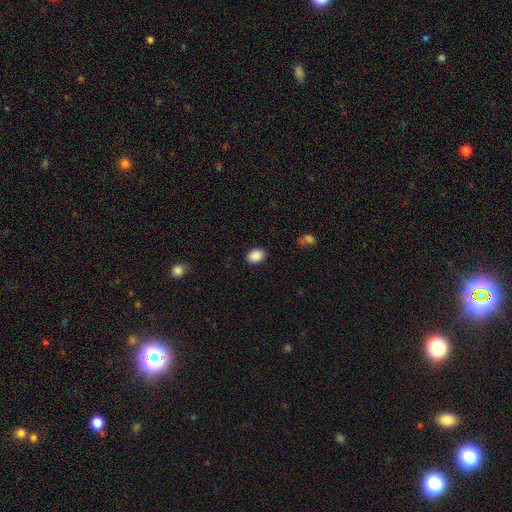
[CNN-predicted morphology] This is clearly a smooth galaxy (89%). How rounded: likely in between (68%). Merging: clearly none (88%).